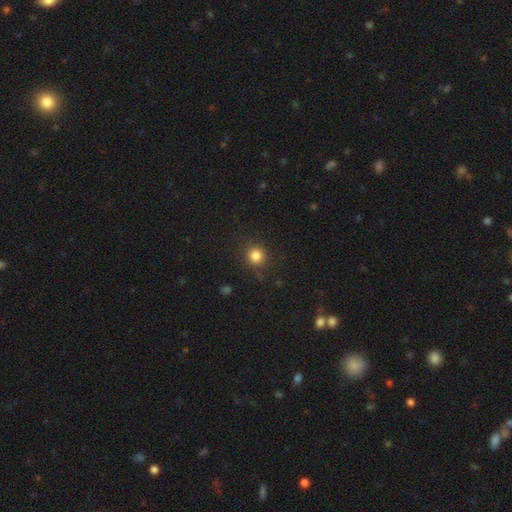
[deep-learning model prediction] Smooth or featured? smooth (83%)
How rounded? round (93%)
Merging? none (87%)